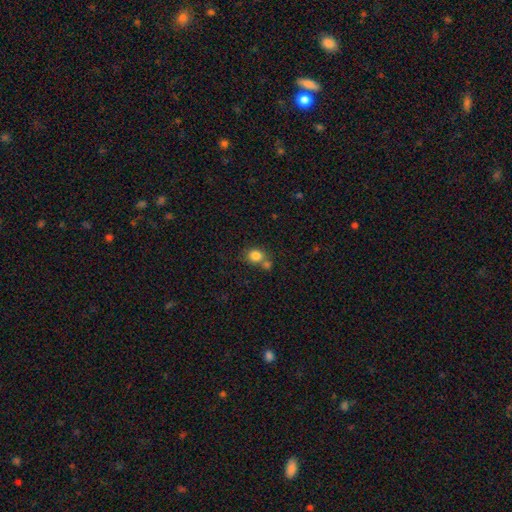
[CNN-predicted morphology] The model was most divided on "merging": none: 53%, merger: 32%, minor disturbance: 11%, major disturbance: 4%. More confident: smooth or featured — smooth (83%); how rounded — round (71%).